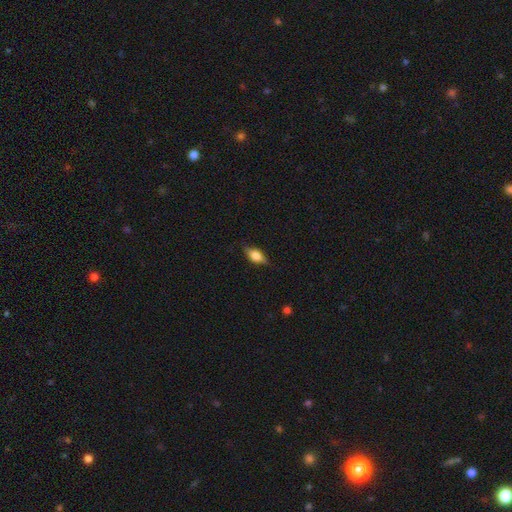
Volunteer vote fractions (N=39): Morphology: type=smooth (67%); roundness=in between (81%); merging=none (83%).